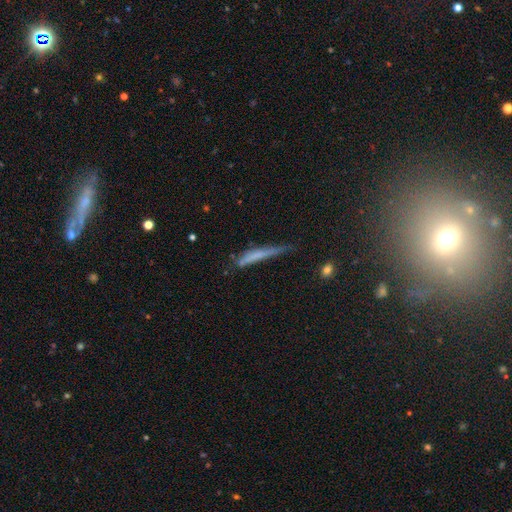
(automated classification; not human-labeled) smooth 61%, featured or disk 29%, star or artifact 10%. Down the decision tree: how rounded — cigar-shaped (94%); merging — none (47%).